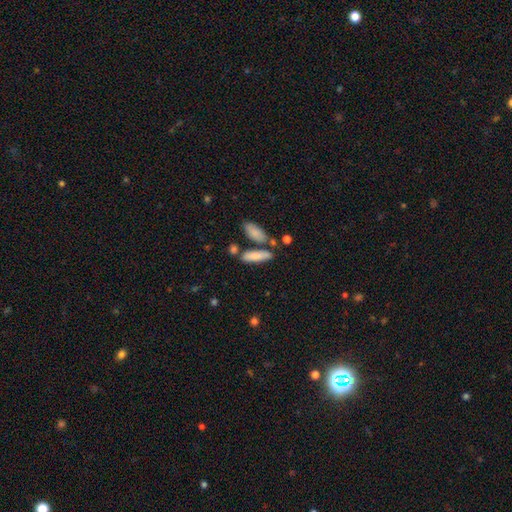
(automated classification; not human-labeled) Smooth or featured? Predicted: smooth (p=0.82). How rounded? Predicted: cigar-shaped (p=0.53). Merging? Predicted: none (p=0.66).